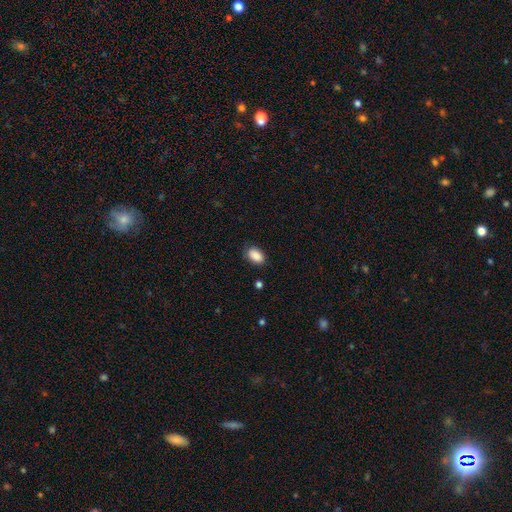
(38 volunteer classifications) smooth-or-featured: smooth: 82% | featured or disk: 13% | star or artifact: 5%
  how-rounded: in between: 84% | round: 16% | cigar-shaped: 0%
  merging: none: 61% | minor disturbance: 28% | major disturbance: 8% | merger: 3%